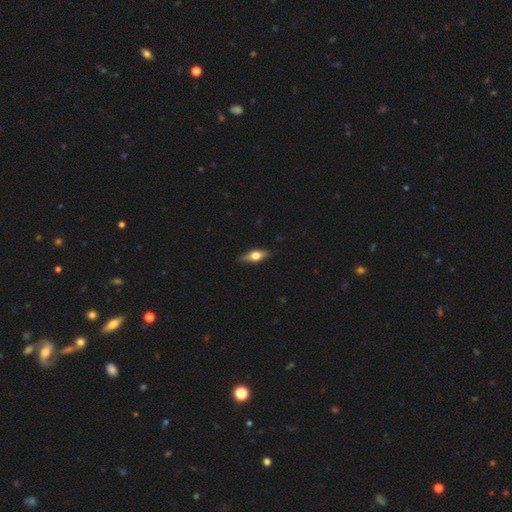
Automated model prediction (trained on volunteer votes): smooth_or_featured: smooth (p=0.54) [alt: featured or disk p=0.40]
how_rounded: in between (p=0.64) [alt: cigar-shaped p=0.32]
merging: none (p=0.86) [alt: minor disturbance p=0.11]